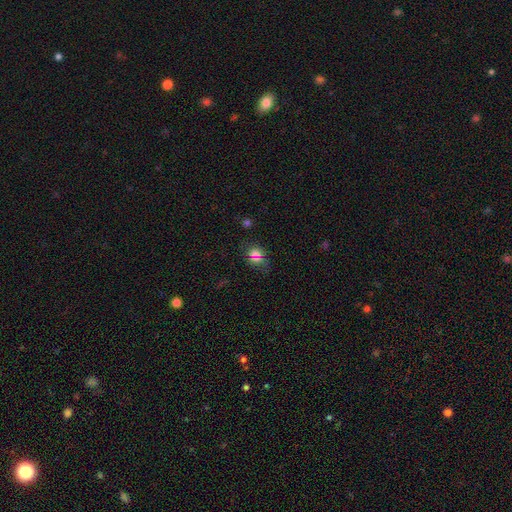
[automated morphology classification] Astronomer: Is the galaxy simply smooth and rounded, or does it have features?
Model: smooth — 60%.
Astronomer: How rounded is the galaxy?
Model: round — 55% (runner-up: in between, 42%).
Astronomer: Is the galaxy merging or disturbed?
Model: none — 77%.